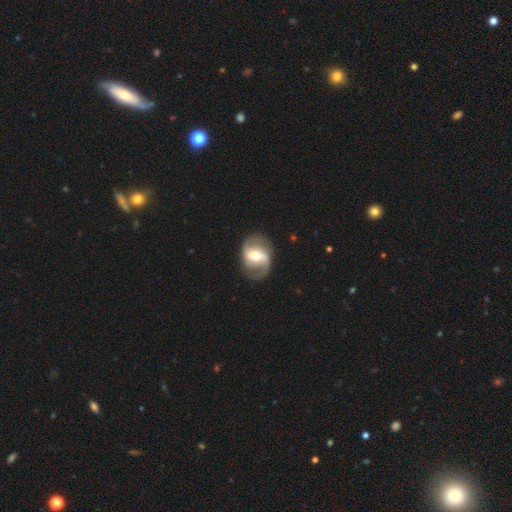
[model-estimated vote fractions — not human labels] This appears to be a featured or disk galaxy (80%) with a weak bar (42%), 2 (88%) medium (43%) spiral arms (88%) and a moderate central bulge (63%). Merging: none (78%).